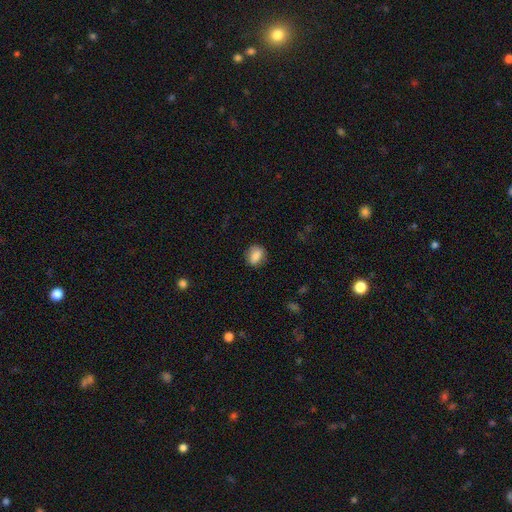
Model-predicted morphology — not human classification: smooth_or_featured: smooth (p=0.84) [alt: featured or disk p=0.08]
how_rounded: in between (p=0.58) [alt: round p=0.40]
merging: none (p=0.81) [alt: minor disturbance p=0.14]